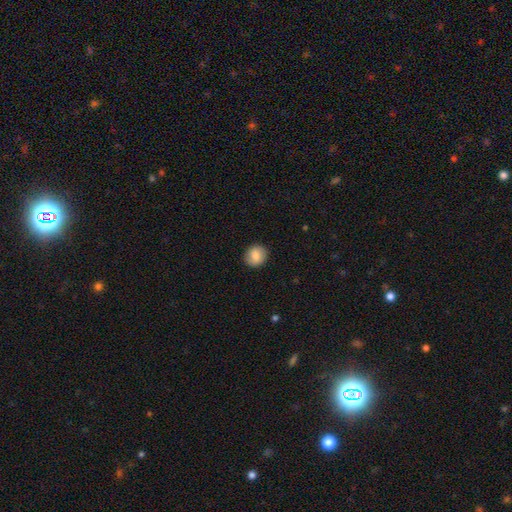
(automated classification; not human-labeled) A smooth galaxy with no disk features (82%) that is round (79%). Merging: none (90%).